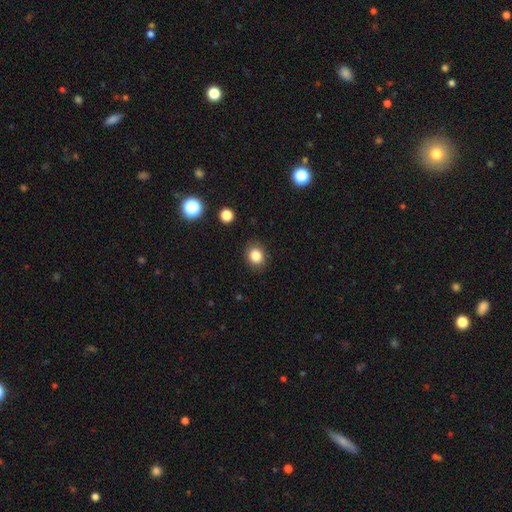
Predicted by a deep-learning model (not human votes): Overall: smooth (84%). How rounded: round (57%; in between 42%). Merging: none (86%).